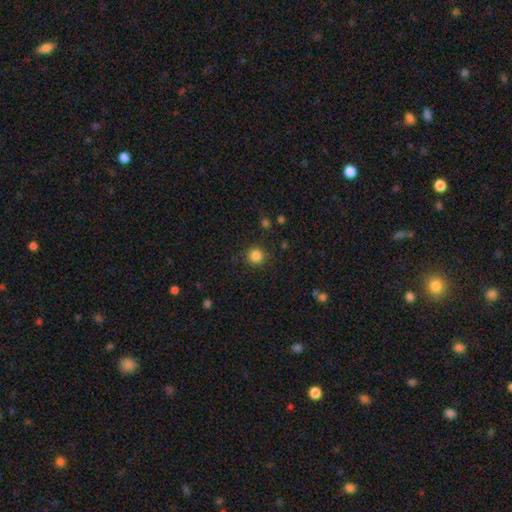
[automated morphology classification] Smooth or featured? Predicted: smooth (p=0.85). How rounded? Predicted: round (p=0.94). Merging? Predicted: none (p=0.89).